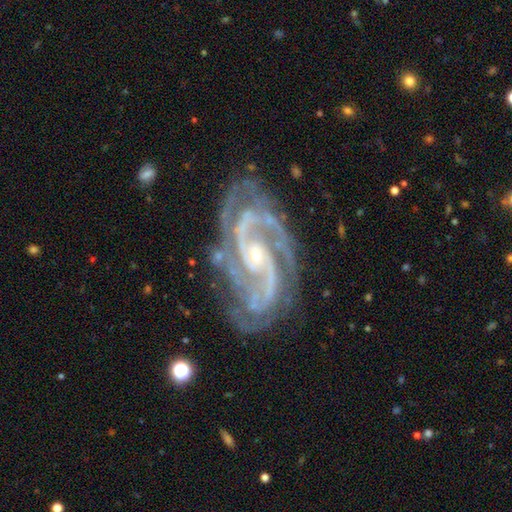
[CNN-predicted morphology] Smooth or featured: featured or disk — 93% (star or artifact — 5%)
Edge-on disk: no — 97% (yes — 3%)
Bar: no — 53% (weak — 30%)
Spiral arms: yes — 99% (no — 1%)
Spiral winding: medium — 47% (tight — 45%)
Spiral arm count: 2 — 52% (3 — 21%)
Bulge size: small — 73% (moderate — 24%)
Merging: none — 75% (minor disturbance — 17%)